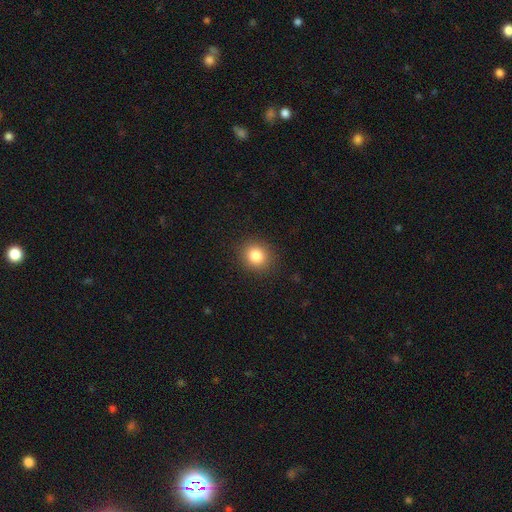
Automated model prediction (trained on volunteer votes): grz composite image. It shows a smooth galaxy with no disk features (83%) that is round (82%). Merging: none (90%).